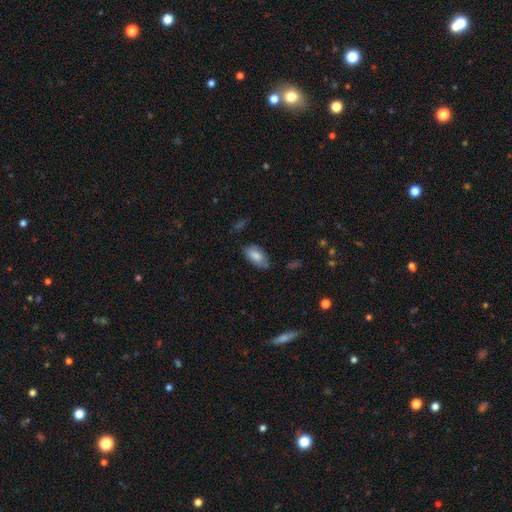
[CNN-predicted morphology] type=smooth (84%); roundness=in between (94%); merging=none (72%).